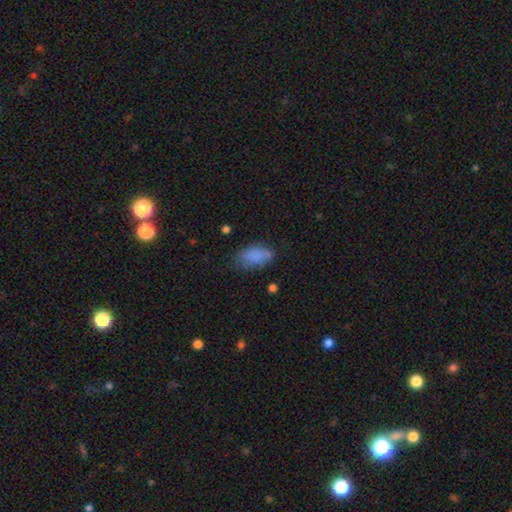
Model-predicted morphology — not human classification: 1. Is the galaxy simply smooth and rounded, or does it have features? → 82% smooth, 10% star or artifact, 8% featured or disk.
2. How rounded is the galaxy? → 91% in between, 5% round, 4% cigar-shaped.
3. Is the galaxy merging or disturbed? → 61% none, 25% minor disturbance, 9% major disturbance, 4% merger.